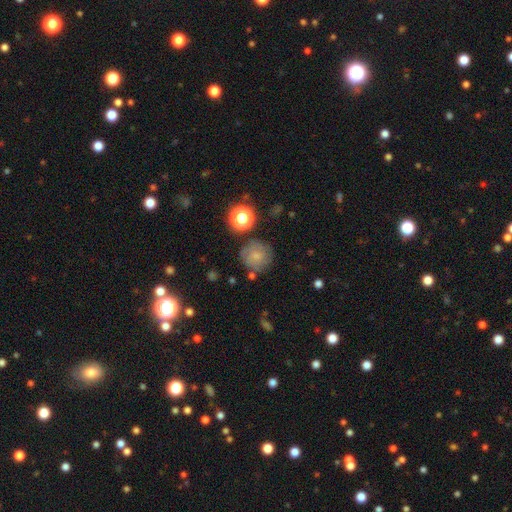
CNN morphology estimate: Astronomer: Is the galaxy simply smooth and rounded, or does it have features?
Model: smooth — 70%.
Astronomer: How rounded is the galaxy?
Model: round — 91%.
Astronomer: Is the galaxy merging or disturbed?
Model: none — 71%.